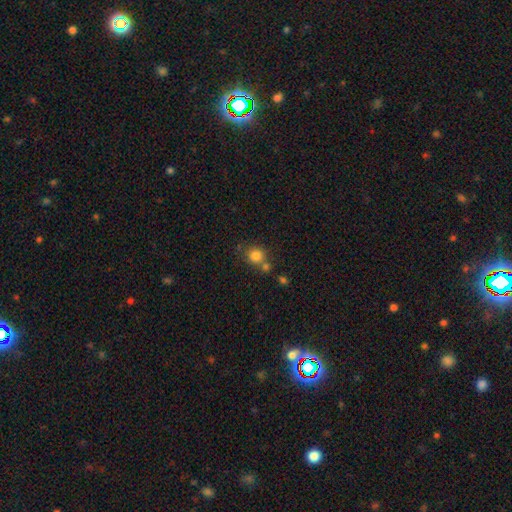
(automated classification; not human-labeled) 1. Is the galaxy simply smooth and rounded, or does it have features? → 82% smooth, 11% star or artifact, 7% featured or disk.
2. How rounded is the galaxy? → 86% round, 13% in between, 1% cigar-shaped.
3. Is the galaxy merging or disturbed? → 58% none, 27% merger, 11% minor disturbance, 4% major disturbance.